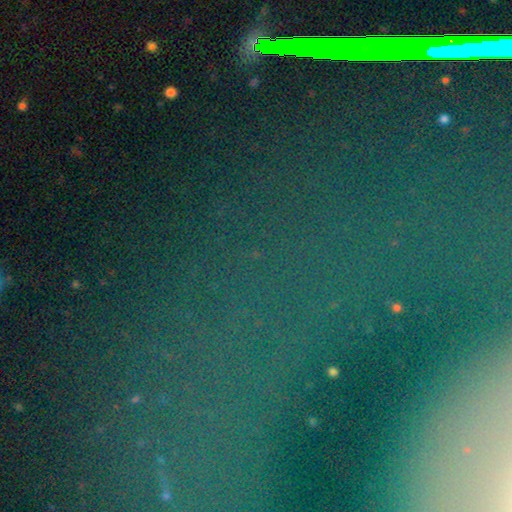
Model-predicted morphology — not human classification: smooth_or_featured: star or artifact (p=0.74) [alt: smooth p=0.14]